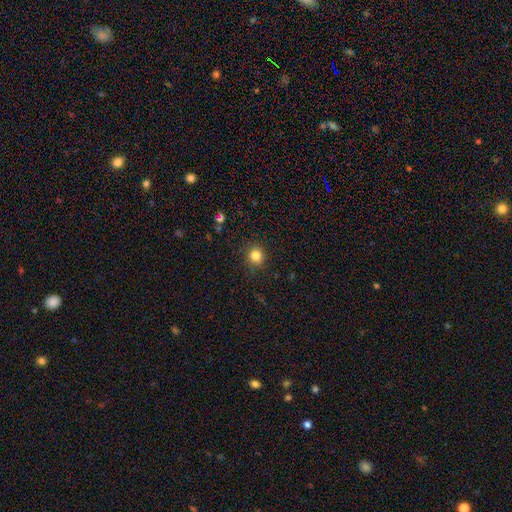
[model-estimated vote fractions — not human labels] Q: Smooth or featured?
A: smooth (83%); runner-up: star or artifact (12%)
Q: How rounded?
A: round (86%); runner-up: in between (13%)
Q: Merging?
A: none (87%); runner-up: minor disturbance (9%)